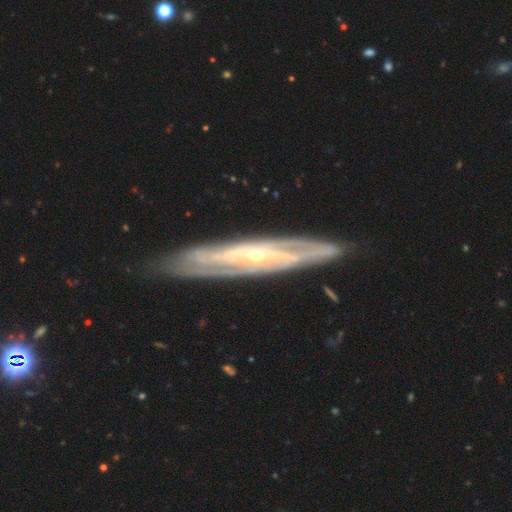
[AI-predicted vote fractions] Q: Smooth or featured?
A: featured or disk (85%); runner-up: smooth (9%)
Q: Edge-on disk?
A: no (57%); runner-up: yes (43%)
Q: Merging?
A: none (83%); runner-up: minor disturbance (12%)